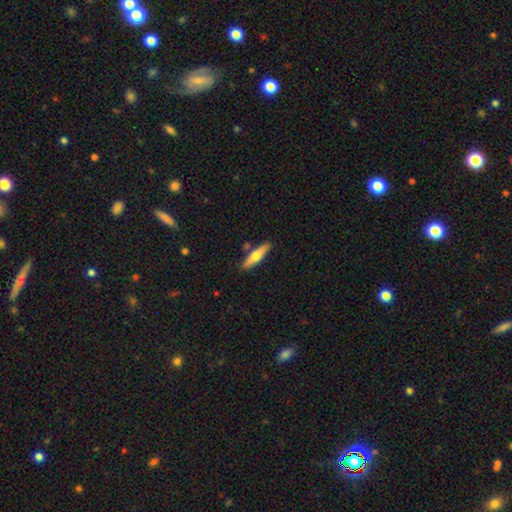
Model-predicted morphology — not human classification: type=smooth (57%); roundness=cigar-shaped (76%); merging=none (83%).